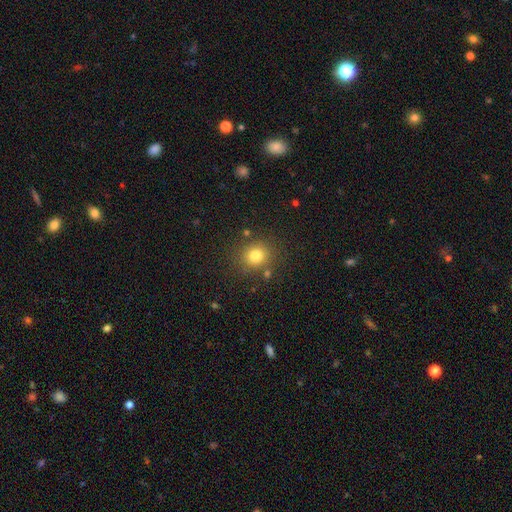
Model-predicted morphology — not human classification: This appears to be a smooth galaxy with no disk features (79%) that is round (81%). Merging: none (82%).